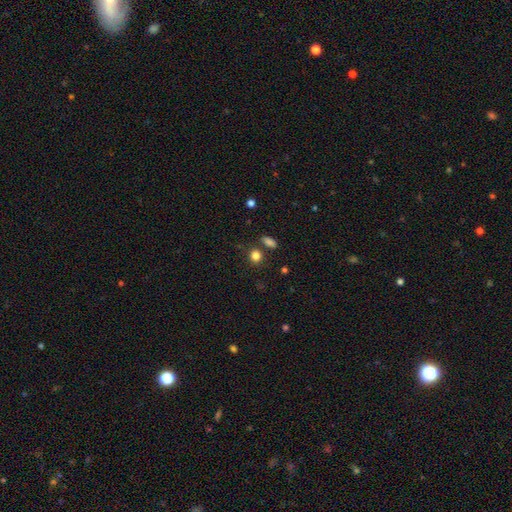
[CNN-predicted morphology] Overall: smooth (83%). How rounded: round (72%). Merging: none (76%).